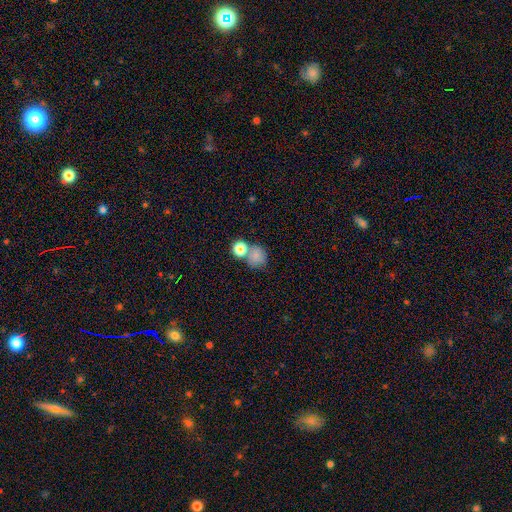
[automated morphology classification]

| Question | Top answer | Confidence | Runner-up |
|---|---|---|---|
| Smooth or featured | smooth | 79% | star or artifact (11%) |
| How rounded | round | 81% | in between (18%) |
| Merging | none | 47% | merger (36%) |